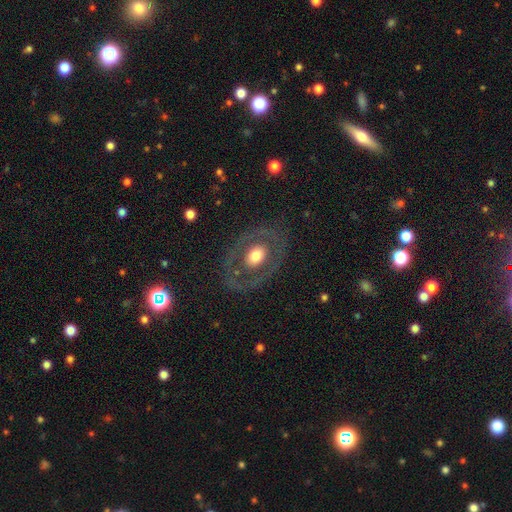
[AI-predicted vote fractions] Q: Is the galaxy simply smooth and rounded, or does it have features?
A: featured or disk — 51%.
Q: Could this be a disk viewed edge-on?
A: no — 92%.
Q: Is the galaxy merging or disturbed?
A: none — 78%.